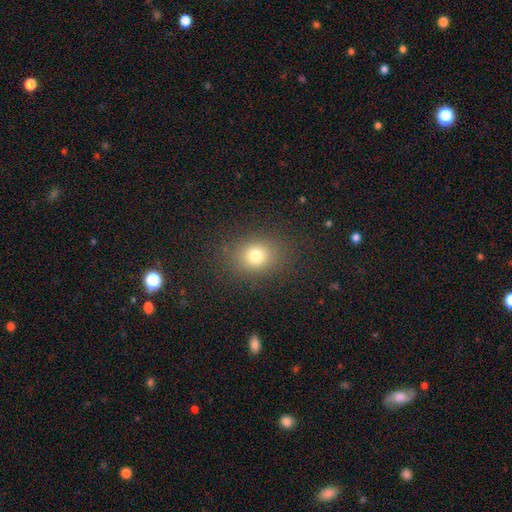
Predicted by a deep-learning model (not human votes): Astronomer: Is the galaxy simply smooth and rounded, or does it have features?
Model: smooth — 75%.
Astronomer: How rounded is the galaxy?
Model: round — 59% (runner-up: in between, 40%).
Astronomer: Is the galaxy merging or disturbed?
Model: none — 85%.